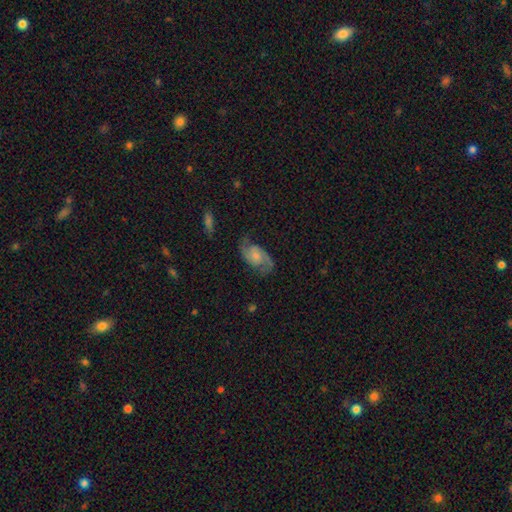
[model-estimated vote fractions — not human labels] Q: Smooth or featured?
A: featured or disk (82%); runner-up: smooth (12%)
Q: Edge-on disk?
A: no (97%); runner-up: yes (3%)
Q: Bar?
A: no (60%); runner-up: weak (34%)
Q: Spiral arms?
A: yes (96%); runner-up: no (4%)
Q: Spiral winding?
A: medium (52%); runner-up: loose (30%)
Q: Spiral arm count?
A: 2 (92%); runner-up: can't tell (3%)
Q: Bulge size?
A: small (38%); runner-up: moderate (37%)
Q: Merging?
A: none (75%); runner-up: minor disturbance (17%)